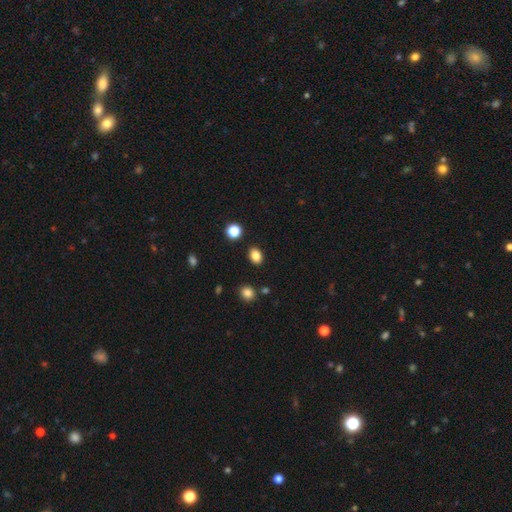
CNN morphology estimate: type=smooth (84%); roundness=in between (68%); merging=none (87%).